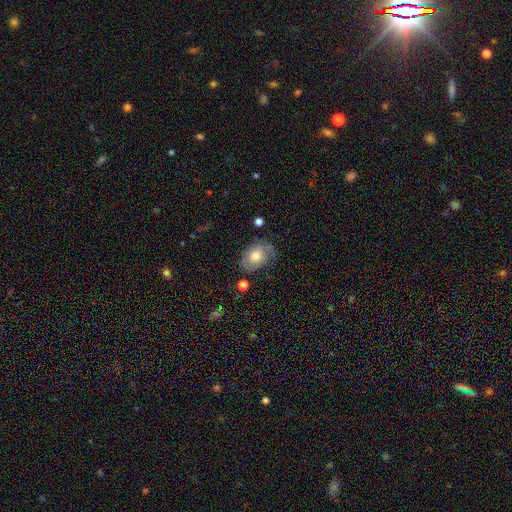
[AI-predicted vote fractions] This appears to be a smooth galaxy with no disk features (51%) that is in between round and cigar-shaped (73%). Merging: none (57%).